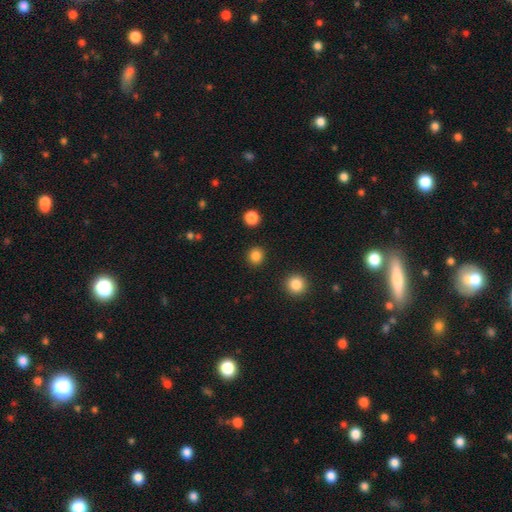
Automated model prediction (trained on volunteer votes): Smooth or featured? Predicted: smooth (p=0.85). How rounded? Predicted: round (p=0.89). Merging? Predicted: none (p=0.91).